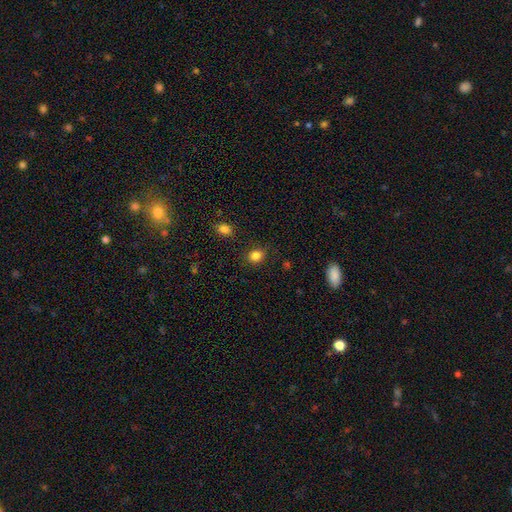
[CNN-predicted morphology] Overall: smooth (84%). How rounded: round (63%; in between 36%). Merging: none (86%).